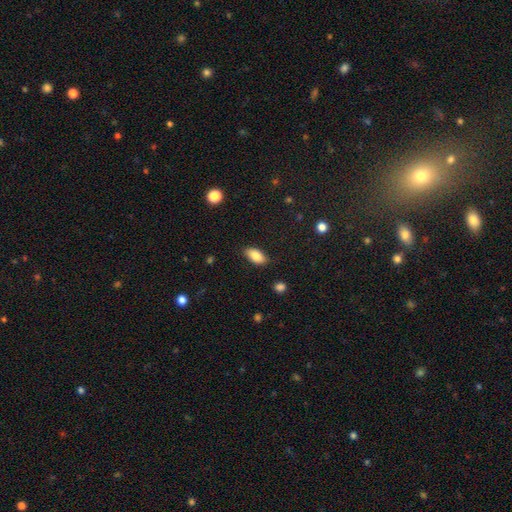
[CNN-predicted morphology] This appears to be a smooth galaxy with no disk features (85%) that is in between round and cigar-shaped (92%). Merging: none (85%).